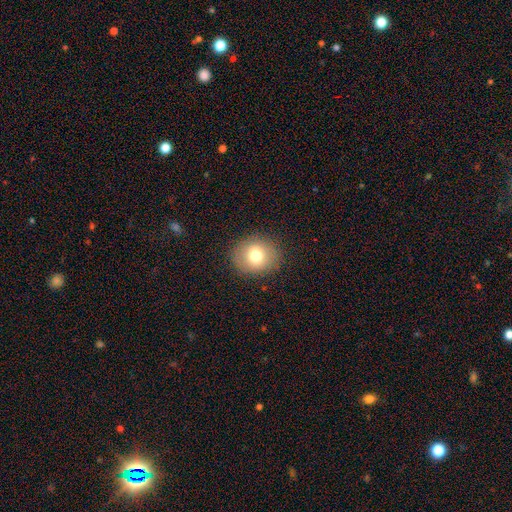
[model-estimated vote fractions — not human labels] Smooth or featured? Predicted: smooth (p=0.75). How rounded? Predicted: round (p=0.75). Merging? Predicted: none (p=0.88).